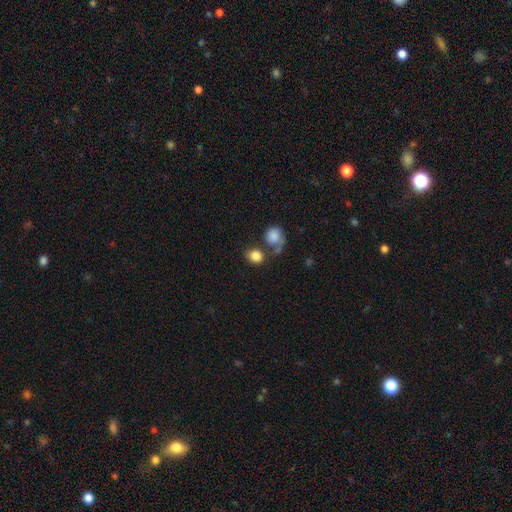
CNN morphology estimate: Q: Smooth or featured?
A: smooth (84%); runner-up: star or artifact (9%)
Q: How rounded?
A: round (66%); runner-up: in between (33%)
Q: Merging?
A: none (52%); runner-up: merger (27%)